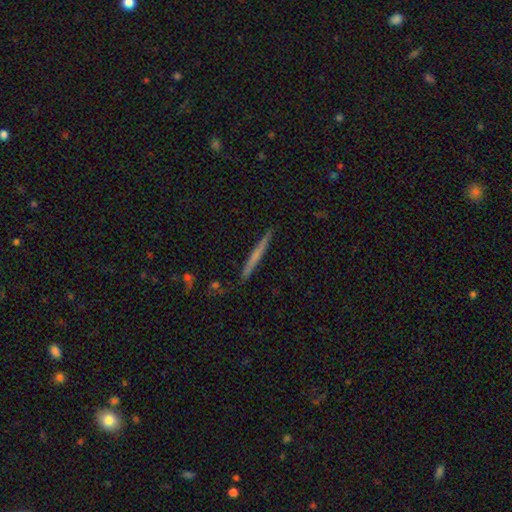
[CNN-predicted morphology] Smooth or featured? Predicted: smooth (p=0.49). Merging? Predicted: none (p=0.91).